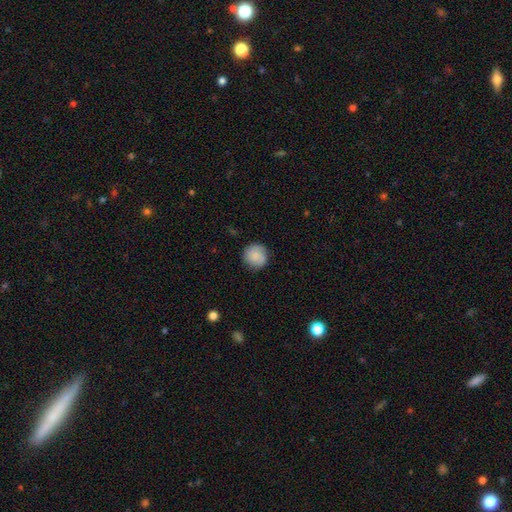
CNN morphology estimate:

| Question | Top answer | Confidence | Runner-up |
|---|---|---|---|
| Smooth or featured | smooth | 83% | featured or disk (10%) |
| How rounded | round | 93% | in between (6%) |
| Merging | none | 84% | minor disturbance (12%) |